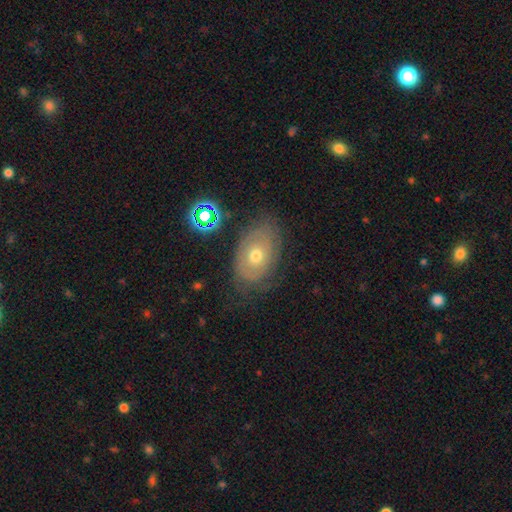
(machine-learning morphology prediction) Smooth or featured: featured or disk — 51% (smooth — 38%)
Edge-on disk: no — 93% (yes — 7%)
Merging: none — 68% (minor disturbance — 21%)